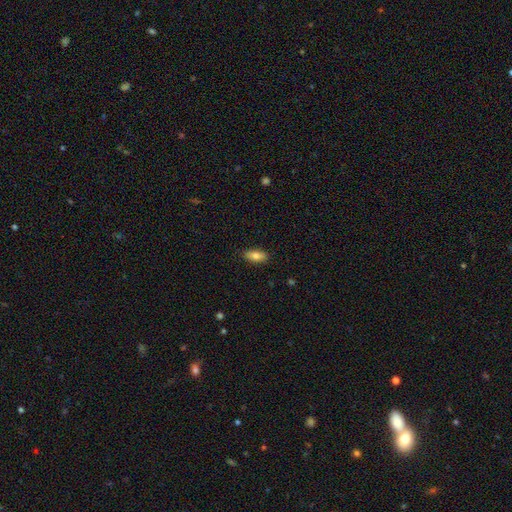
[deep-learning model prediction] The model was most divided on "how rounded": in between: 83%, cigar-shaped: 14%, round: 3%. More confident: merging — none (87%); smooth or featured — smooth (81%).